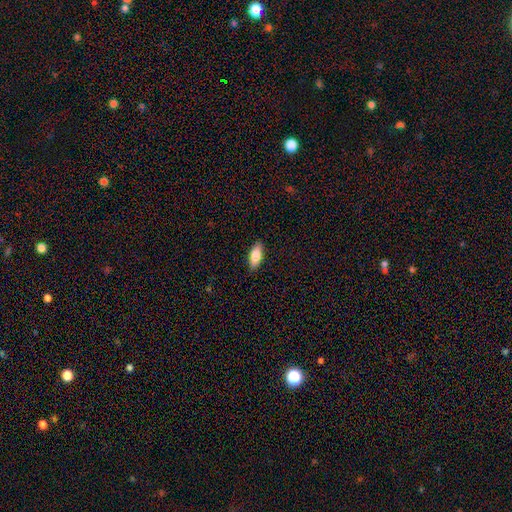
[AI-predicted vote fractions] A smooth galaxy with no disk features (77%) that is in between round and cigar-shaped (78%). Merging: none (89%).